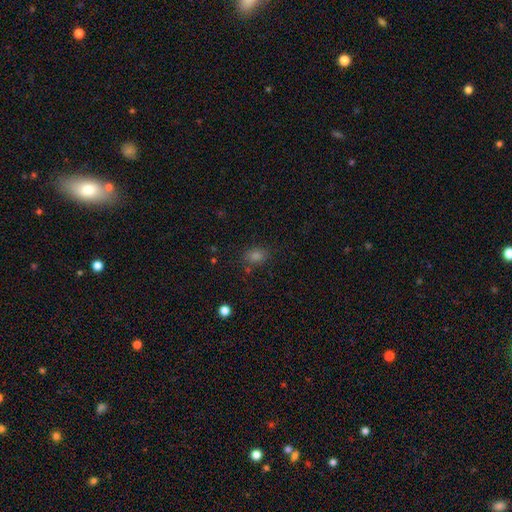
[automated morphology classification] smooth-or-featured: smooth: 73% | star or artifact: 21% | featured or disk: 6%
  how-rounded: round: 51% | in between: 48% | cigar-shaped: 1%
  merging: none: 81% | minor disturbance: 11% | merger: 4% | major disturbance: 3%